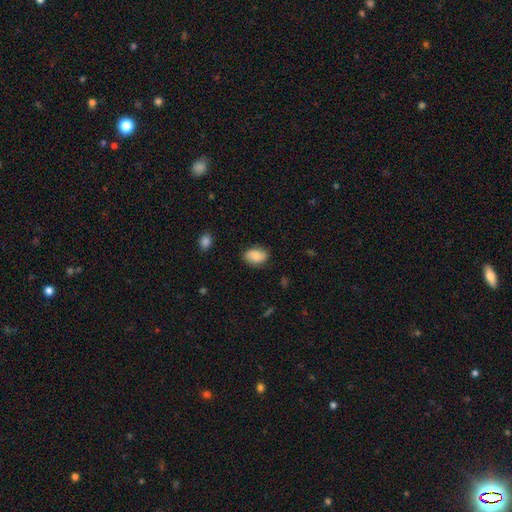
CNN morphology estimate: A smooth galaxy with no disk features (81%) that is in between round and cigar-shaped (86%).

Vote fractions:
- Smooth or featured? smooth: 81% / featured or disk: 11% / star or artifact: 7%
- How rounded? in between: 86% / round: 13% / cigar-shaped: 1%
- Merging? none: 77% / minor disturbance: 18% / major disturbance: 4% / merger: 1%